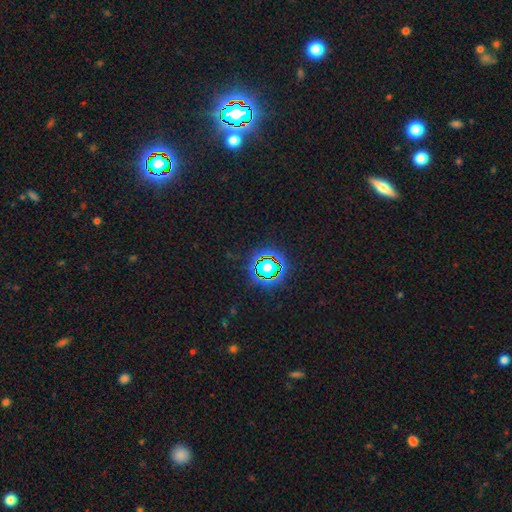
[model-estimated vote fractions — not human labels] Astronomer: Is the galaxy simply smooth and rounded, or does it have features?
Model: star or artifact — 78%.